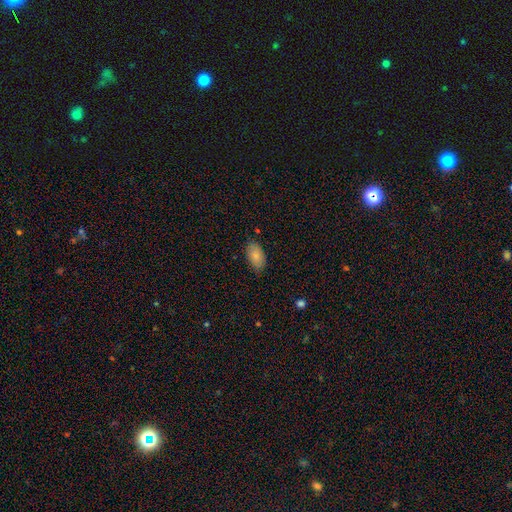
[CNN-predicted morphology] This is clearly a smooth galaxy (85%). How rounded: clearly in between (94%). Merging: likely none (79%).